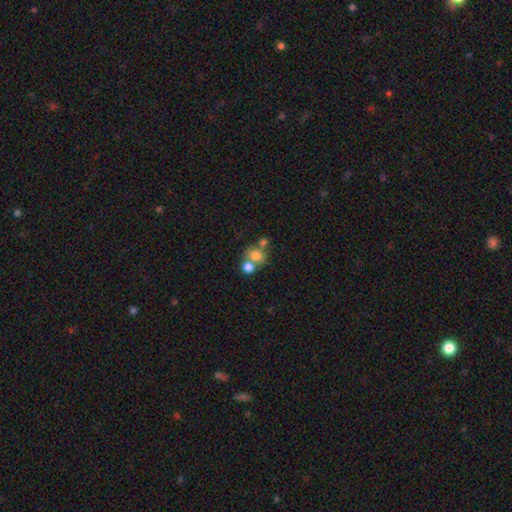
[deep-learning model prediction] Overall: smooth (74%). How rounded: round (71%). Merging: merger (47%; none 40%).